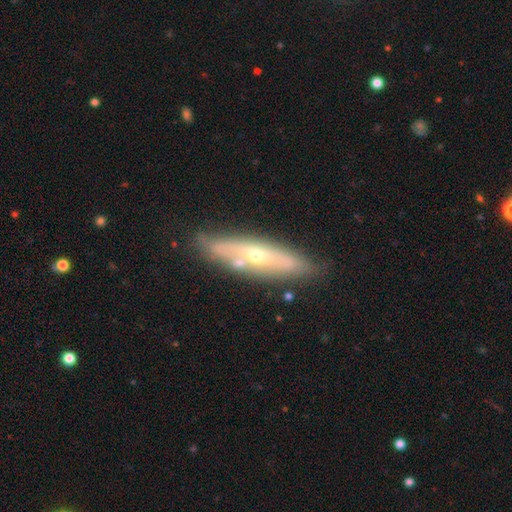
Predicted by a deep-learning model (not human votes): This appears to be a featured or disk galaxy (66%) viewed edge-on (58%). Merging: none (76%).